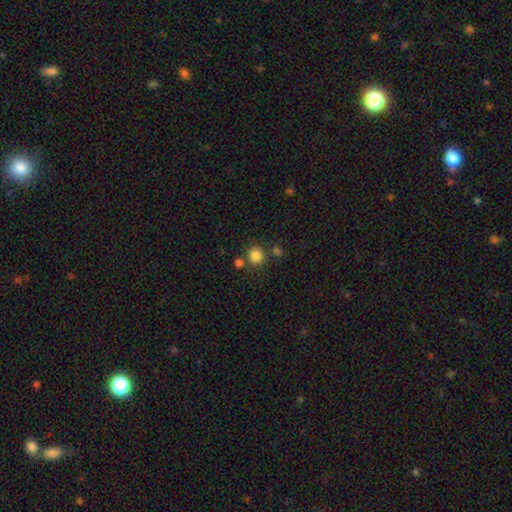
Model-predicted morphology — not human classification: Smooth or featured? smooth (84%)
How rounded? round (91%)
Merging? none (78%)